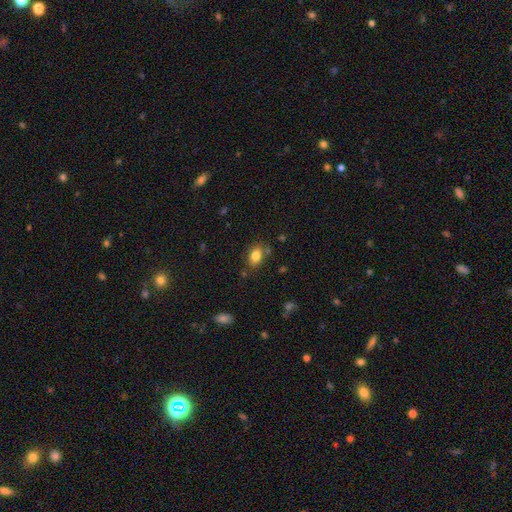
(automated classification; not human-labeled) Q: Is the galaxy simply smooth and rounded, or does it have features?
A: smooth — 82%.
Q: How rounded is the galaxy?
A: in between — 78%.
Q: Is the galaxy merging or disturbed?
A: none — 76%.